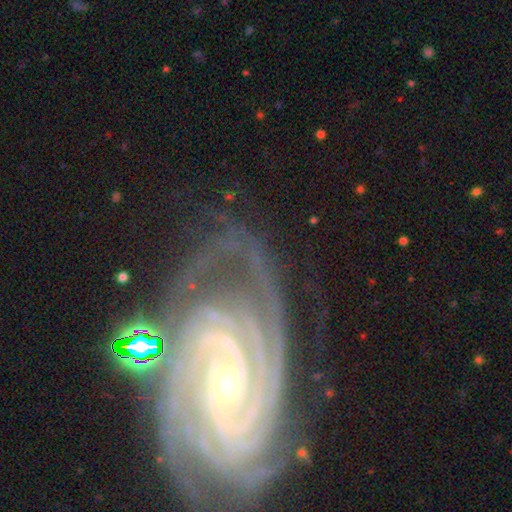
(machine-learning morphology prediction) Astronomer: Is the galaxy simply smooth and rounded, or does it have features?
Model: featured or disk — 90%.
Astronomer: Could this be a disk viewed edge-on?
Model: no — 97%.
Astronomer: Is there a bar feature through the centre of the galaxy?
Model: no — 51% (runner-up: weak, 27%).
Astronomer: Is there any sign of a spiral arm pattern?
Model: yes — 99%.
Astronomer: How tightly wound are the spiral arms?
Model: tight — 82%.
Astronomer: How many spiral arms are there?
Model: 4 — 25% (runner-up: 3, 21%).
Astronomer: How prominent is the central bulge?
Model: small — 81%.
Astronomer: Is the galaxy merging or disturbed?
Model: none — 68%.